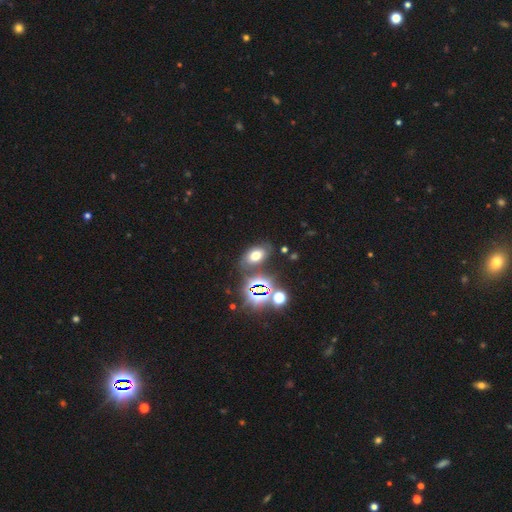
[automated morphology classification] smooth 56%, star or artifact 30%, featured or disk 14%. Down the decision tree: how rounded — in between (81%); merging — none (74%).